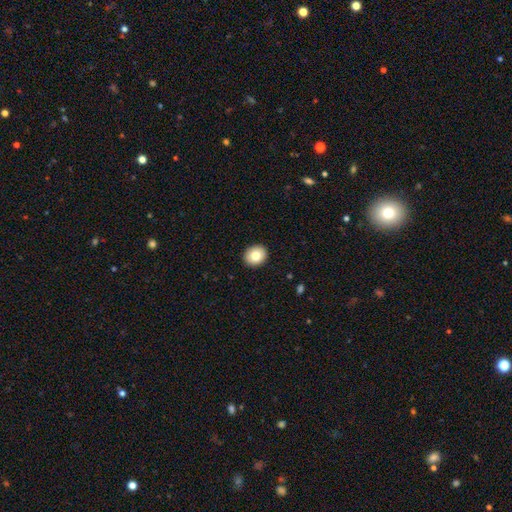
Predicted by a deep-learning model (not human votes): smooth 79%, featured or disk 12%, star or artifact 9%. Down the decision tree: how rounded — round (68%); merging — none (92%).